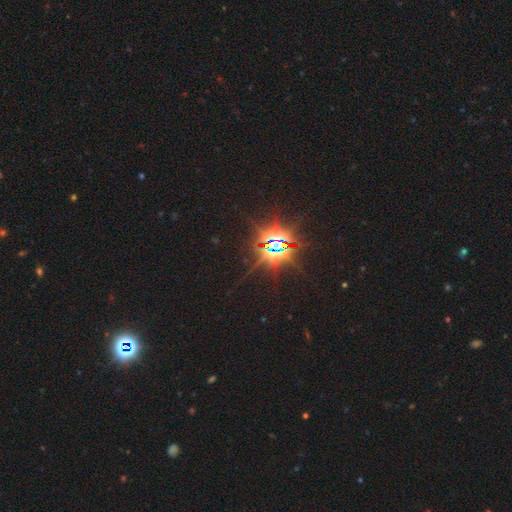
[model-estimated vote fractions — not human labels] This is clearly a star or artifact rather than a galaxy (84%).